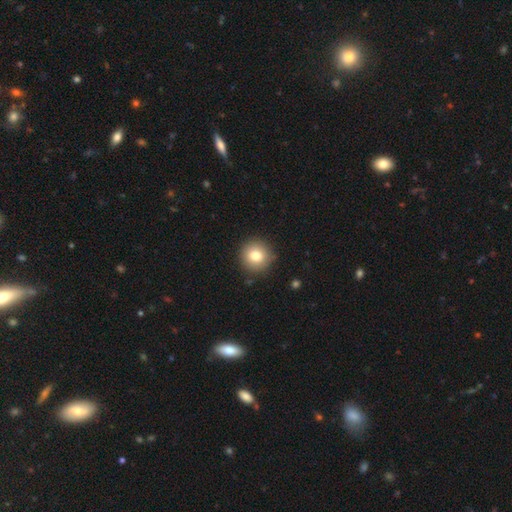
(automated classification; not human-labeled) A smooth galaxy with no disk features (80%) that is round (94%). Merging: none (89%).